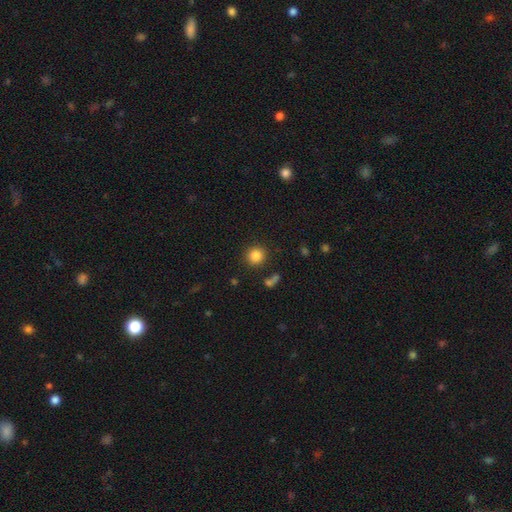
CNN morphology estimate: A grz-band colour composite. It shows a smooth galaxy with no disk features (85%) that is round (92%). Merging: none (87%).